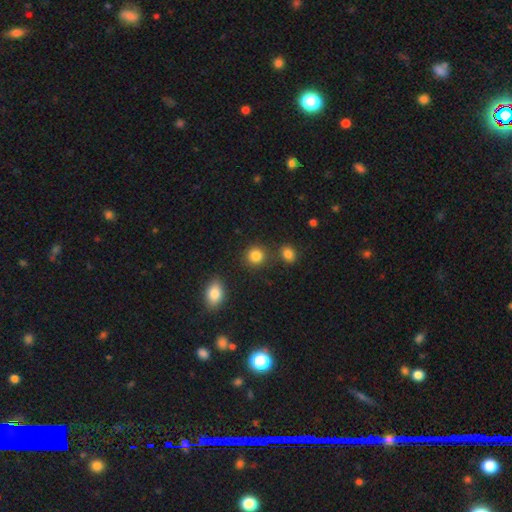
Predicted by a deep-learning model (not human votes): Smooth or featured?
  - smooth: 86% *
  - star or artifact: 10%
  - featured or disk: 4%
How rounded?
  - round: 86% *
  - in between: 13%
  - cigar-shaped: 1%
Merging?
  - none: 83% *
  - minor disturbance: 8%
  - merger: 6%
  - major disturbance: 3%